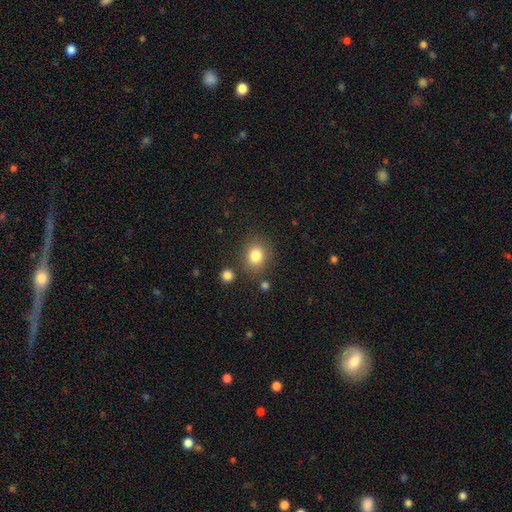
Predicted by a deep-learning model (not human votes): smooth-or-featured: smooth: 83% | star or artifact: 10% | featured or disk: 7%
  how-rounded: round: 67% | in between: 32% | cigar-shaped: 1%
  merging: none: 79% | minor disturbance: 11% | merger: 5% | major disturbance: 4%